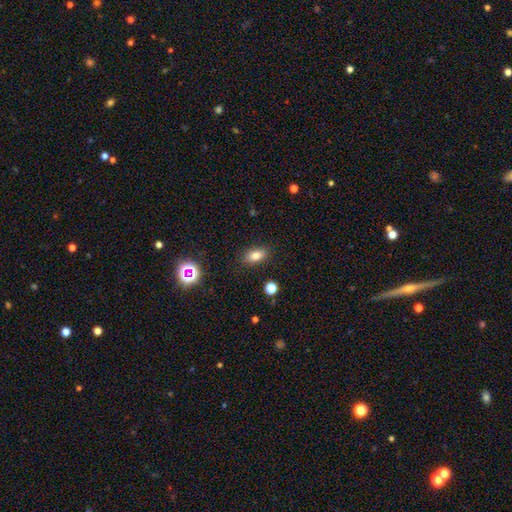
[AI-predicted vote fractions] smooth_or_featured: smooth (p=0.80) [alt: star or artifact p=0.12]
how_rounded: in between (p=0.84) [alt: round p=0.11]
merging: none (p=0.86) [alt: minor disturbance p=0.10]